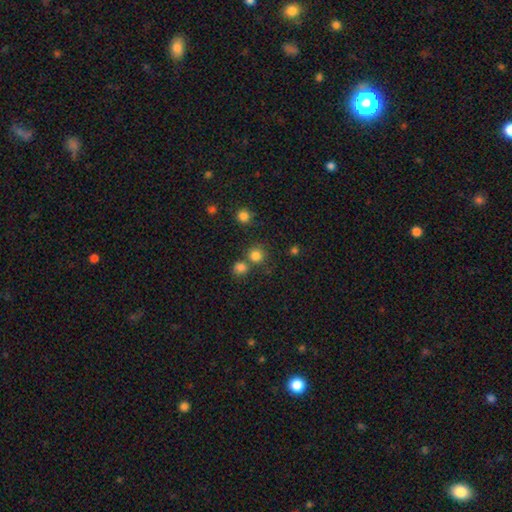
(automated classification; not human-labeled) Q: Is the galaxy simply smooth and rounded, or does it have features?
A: smooth — 79%.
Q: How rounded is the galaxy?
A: round — 90%.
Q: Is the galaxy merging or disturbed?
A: none — 67%.